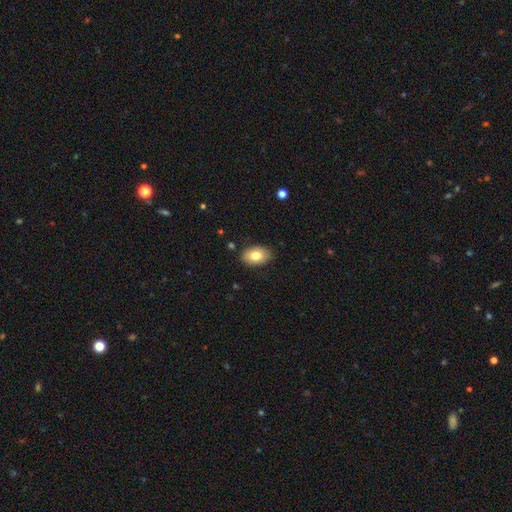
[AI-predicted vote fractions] Q: Smooth or featured?
A: smooth (79%); runner-up: featured or disk (13%)
Q: How rounded?
A: in between (88%); runner-up: round (11%)
Q: Merging?
A: none (88%); runner-up: minor disturbance (9%)